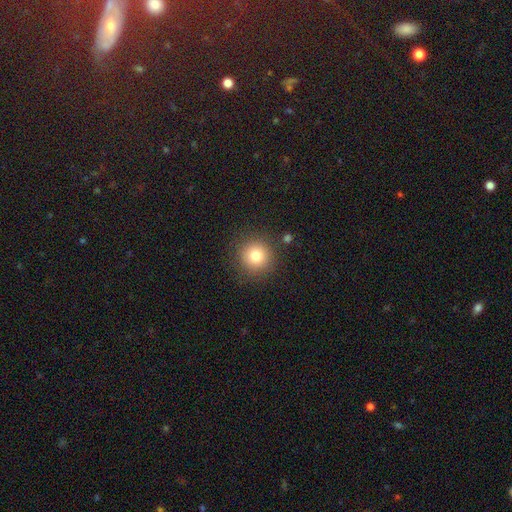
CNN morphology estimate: smooth-or-featured: smooth: 80% | star or artifact: 12% | featured or disk: 8%
  how-rounded: round: 94% | in between: 5% | cigar-shaped: 1%
  merging: none: 87% | minor disturbance: 8% | major disturbance: 3% | merger: 2%